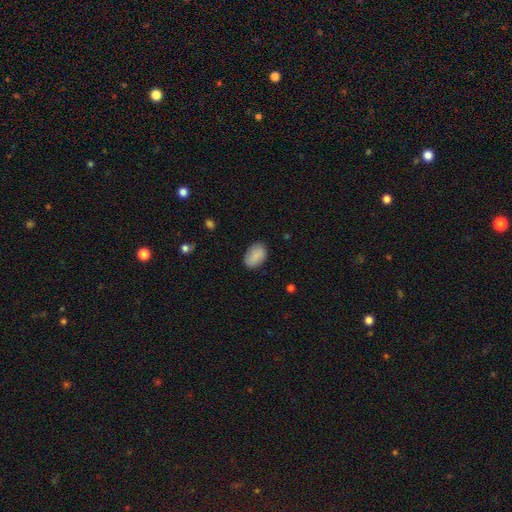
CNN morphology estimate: Overall: smooth (88%). How rounded: in between (90%). Merging: none (81%).